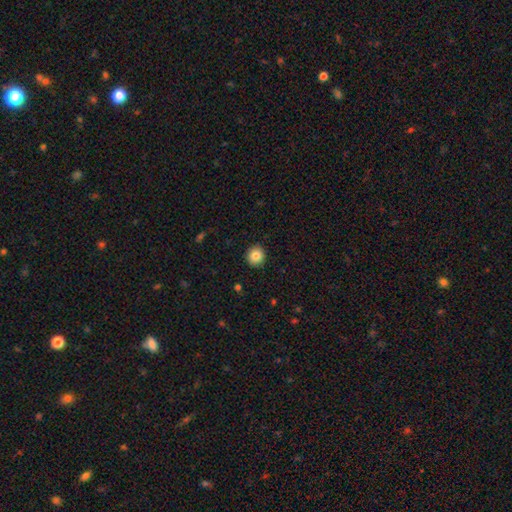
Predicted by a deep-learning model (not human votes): Smooth or featured: smooth — 85% (star or artifact — 9%)
How rounded: round — 88% (in between — 11%)
Merging: none — 92% (minor disturbance — 6%)